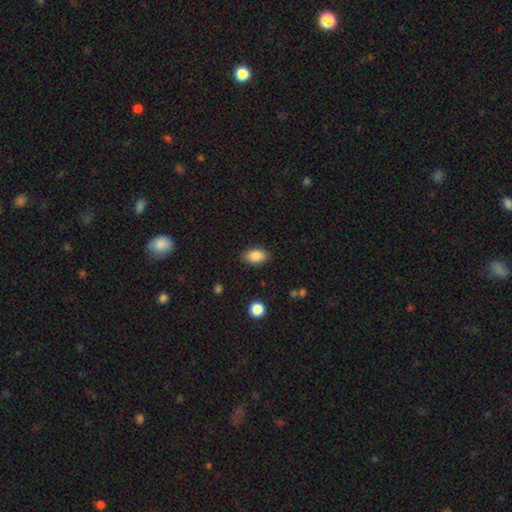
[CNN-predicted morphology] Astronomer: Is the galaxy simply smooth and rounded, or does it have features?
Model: smooth — 87%.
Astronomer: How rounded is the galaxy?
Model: in between — 88%.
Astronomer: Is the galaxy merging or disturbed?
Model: none — 86%.